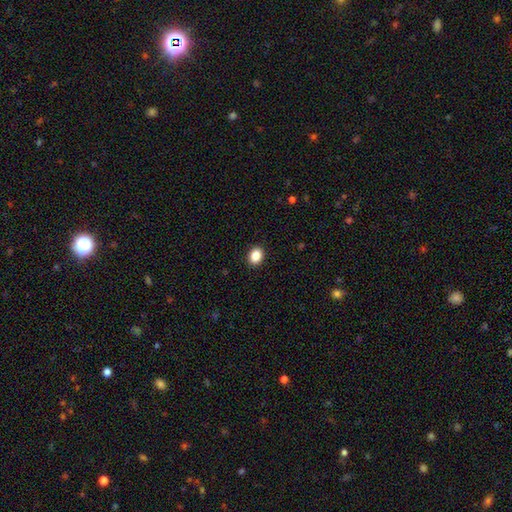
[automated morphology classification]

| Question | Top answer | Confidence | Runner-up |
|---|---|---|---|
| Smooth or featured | smooth | 88% | star or artifact (9%) |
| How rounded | in between | 57% | round (42%) |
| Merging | none | 91% | minor disturbance (6%) |